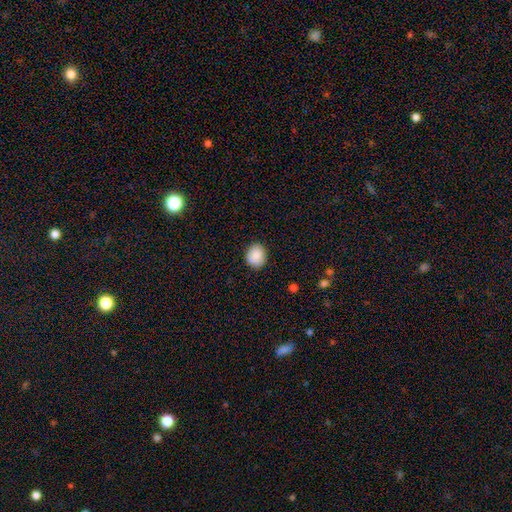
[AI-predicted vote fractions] Smooth or featured? smooth (89%)
How rounded? round (61%)
Merging? none (88%)